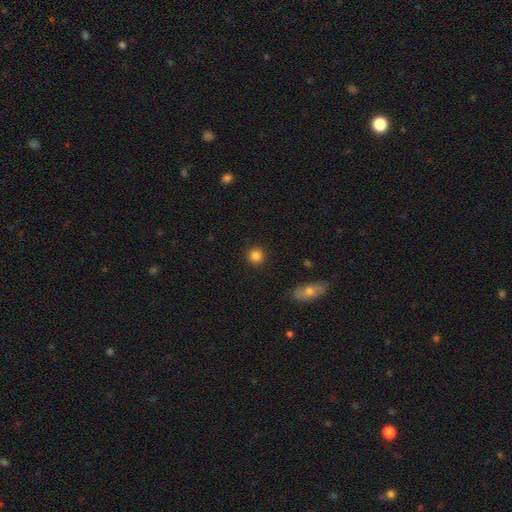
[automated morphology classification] Overall: smooth (85%). How rounded: round (93%). Merging: none (91%).